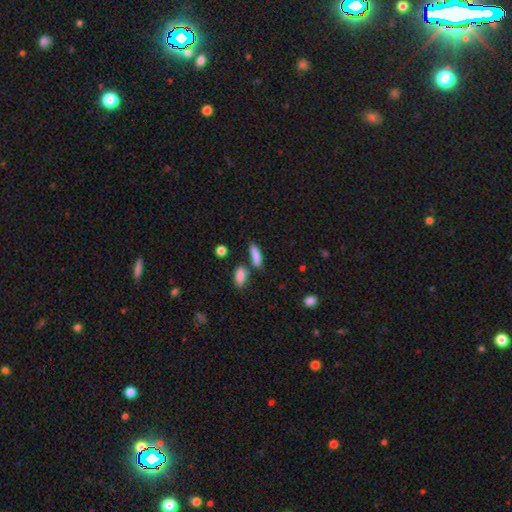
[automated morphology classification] This is clearly a smooth galaxy (82%). How rounded: possibly cigar-shaped (50%). Merging: likely none (61%).